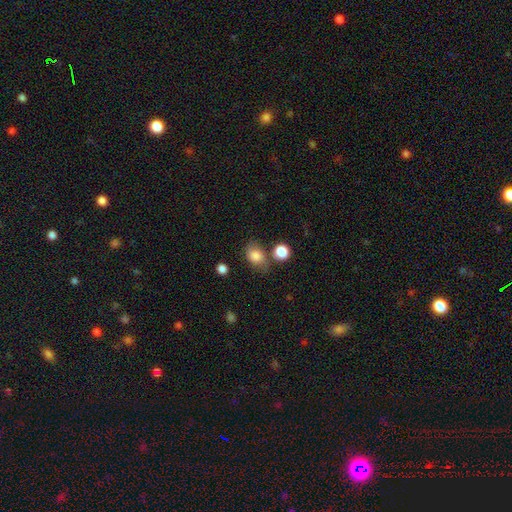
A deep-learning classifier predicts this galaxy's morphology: type=smooth (80%); roundness=in between (59%); merging=none (57%).